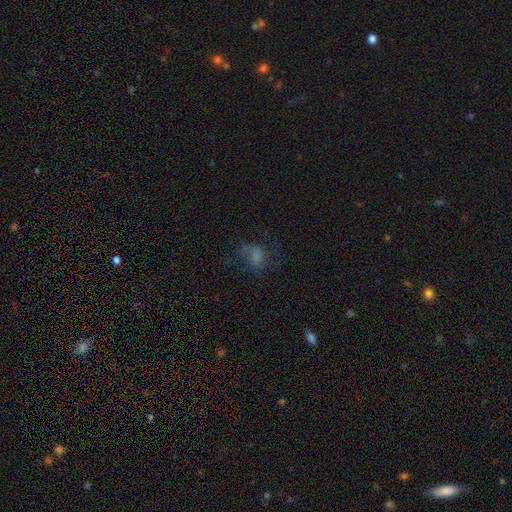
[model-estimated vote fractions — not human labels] smooth-or-featured: smooth: 49% | featured or disk: 31% | star or artifact: 19%
  merging: none: 47% | major disturbance: 29% | minor disturbance: 21% | merger: 2%